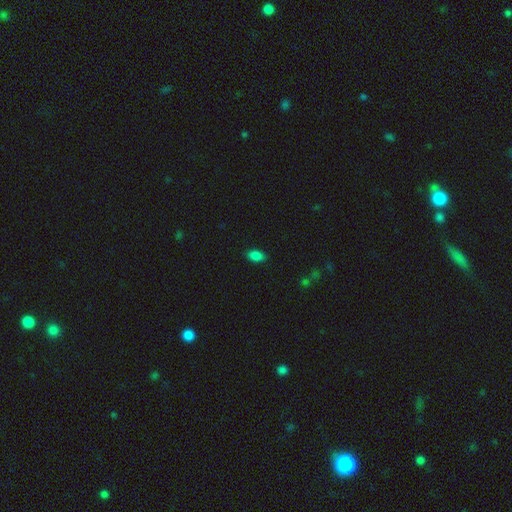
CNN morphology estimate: This is clearly a smooth galaxy (85%). How rounded: clearly in between (91%). Merging: clearly none (88%).